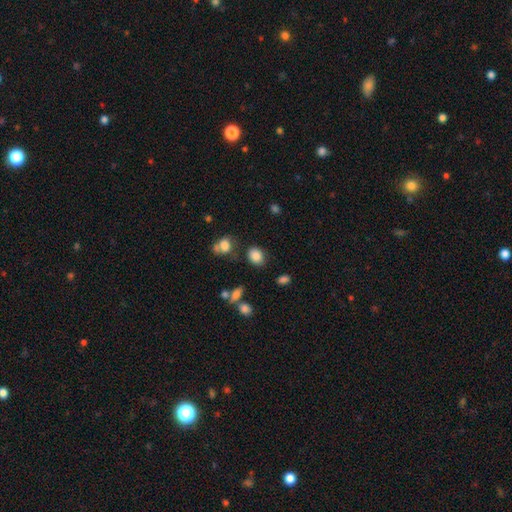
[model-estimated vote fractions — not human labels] smooth_or_featured: smooth (p=0.84) [alt: star or artifact p=0.11]
how_rounded: in between (p=0.59) [alt: round p=0.39]
merging: none (p=0.76) [alt: minor disturbance p=0.14]